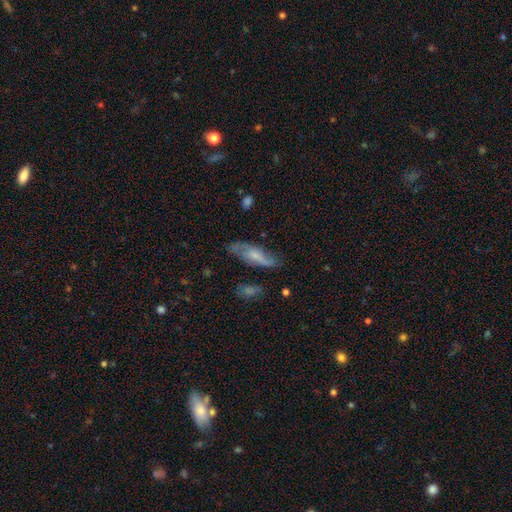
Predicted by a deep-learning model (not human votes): A featured or disk galaxy (47%).

Vote fractions:
- Smooth or featured? featured or disk: 47% / smooth: 45% / star or artifact: 8%
- Merging? none: 62% / minor disturbance: 24% / major disturbance: 10% / merger: 4%